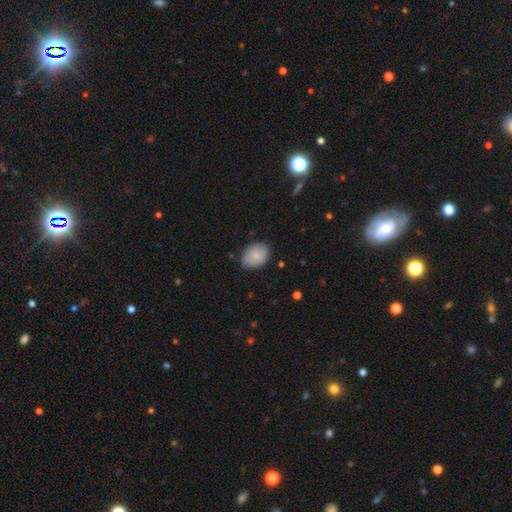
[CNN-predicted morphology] smooth-or-featured: smooth: 82% | featured or disk: 11% | star or artifact: 7%
  how-rounded: in between: 72% | round: 27% | cigar-shaped: 1%
  merging: none: 77% | minor disturbance: 18% | major disturbance: 3% | merger: 1%